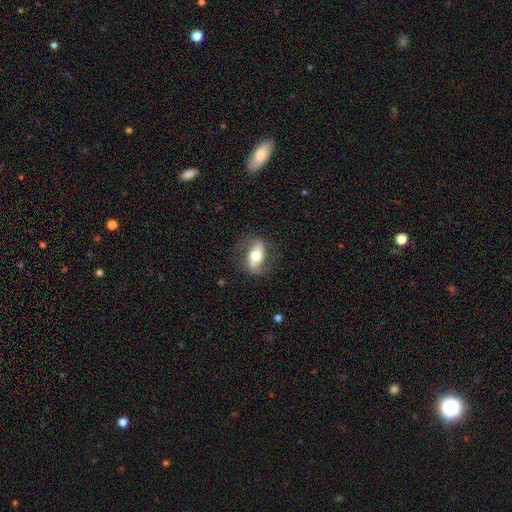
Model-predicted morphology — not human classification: Smooth or featured? featured or disk (55%)
Edge-on disk? no (80%)
Merging? none (75%)